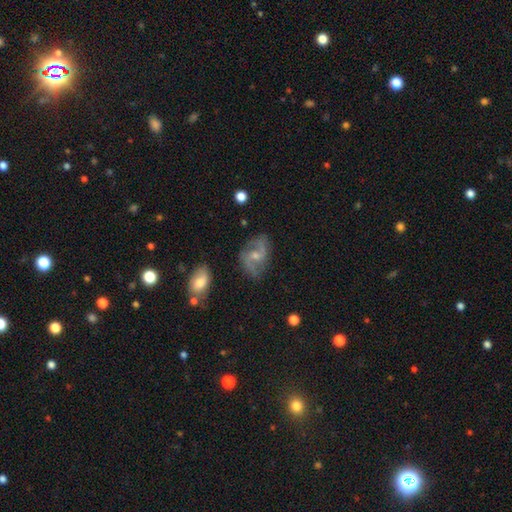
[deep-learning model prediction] A featured or disk galaxy (79%) with a weak bar (47%), 2 (89%) loose (48%) spiral arms (93%) and a small central bulge (47%).

Vote fractions:
- Smooth or featured? featured or disk: 79% / smooth: 14% / star or artifact: 7%
- Edge-on disk? no: 97% / yes: 3%
- Bar? weak: 47% / no: 42% / strong: 11%
- Spiral arms? yes: 93% / no: 7%
- Spiral winding? loose: 48% / medium: 41% / tight: 11%
- Spiral arm count? 2: 89% / can't tell: 5% / 1: 2% / 3: 2% / 4: 1% / more than 4: 1%
- Bulge size? small: 47% / moderate: 44% / none: 5% / large: 2% / dominant: 1%
- Merging? none: 70% / minor disturbance: 19% / major disturbance: 8% / merger: 3%